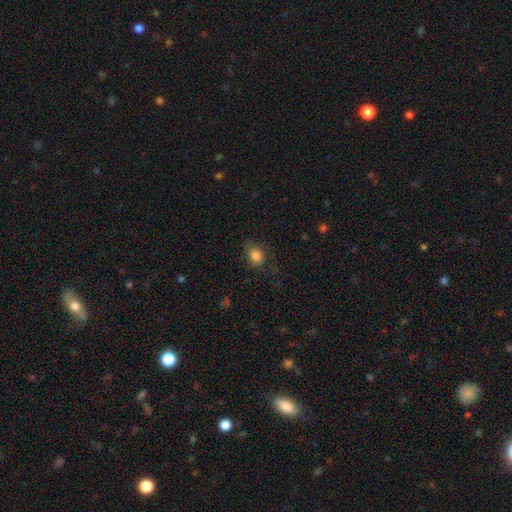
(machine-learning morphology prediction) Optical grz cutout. It shows a smooth galaxy with no disk features (83%) that is round (53%). Merging: none (70%).